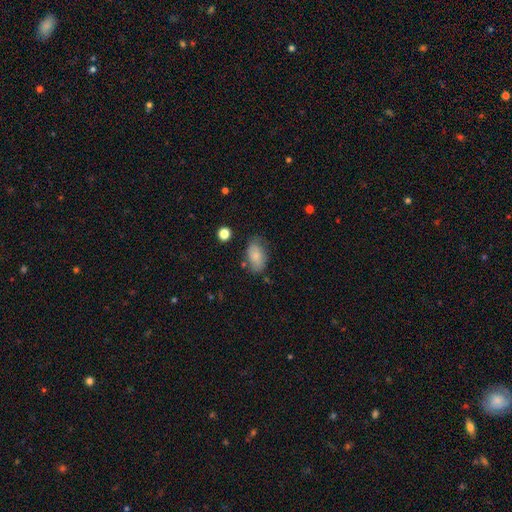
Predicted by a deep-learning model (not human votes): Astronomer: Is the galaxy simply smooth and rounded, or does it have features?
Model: smooth — 79%.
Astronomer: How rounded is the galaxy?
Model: in between — 92%.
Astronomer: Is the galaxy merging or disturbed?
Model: none — 68%.